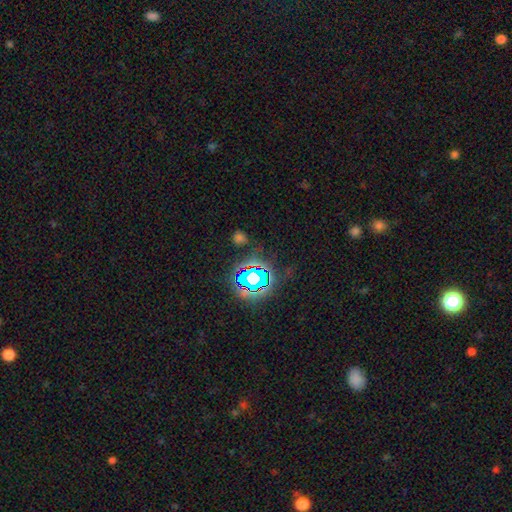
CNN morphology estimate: The model was most divided on "smooth or featured": star or artifact: 78%, smooth: 14%, featured or disk: 8%.